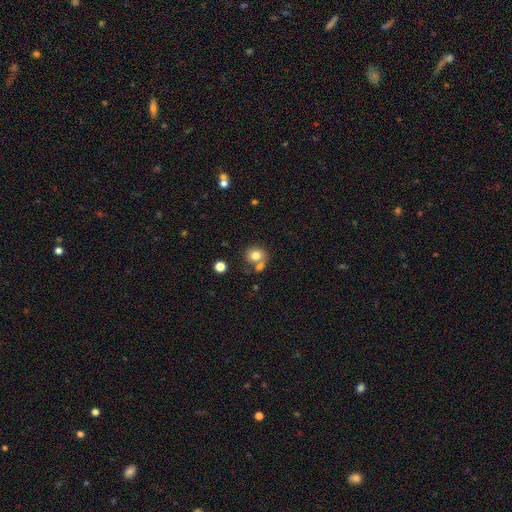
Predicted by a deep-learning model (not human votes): smooth 78%, featured or disk 12%, star or artifact 11%. Down the decision tree: how rounded — round (73%); merging — none (50%).